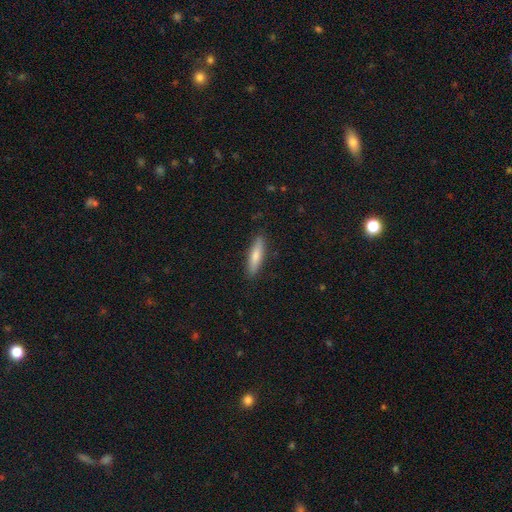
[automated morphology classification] Smooth or featured?
  - smooth: 75% *
  - featured or disk: 19%
  - star or artifact: 6%
How rounded?
  - cigar-shaped: 76% *
  - in between: 22%
  - round: 2%
Merging?
  - none: 88% *
  - minor disturbance: 9%
  - major disturbance: 2%
  - merger: 1%